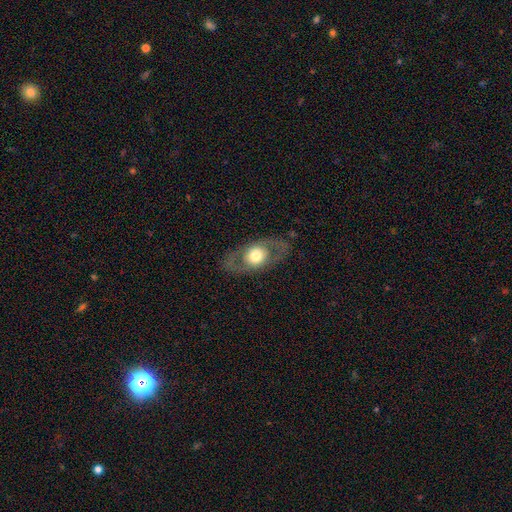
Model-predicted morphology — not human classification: A featured or disk galaxy (54%).

Vote fractions:
- Smooth or featured? featured or disk: 54% / smooth: 40% / star or artifact: 6%
- Edge-on disk? no: 85% / yes: 15%
- Merging? none: 81% / minor disturbance: 10% / major disturbance: 7% / merger: 1%